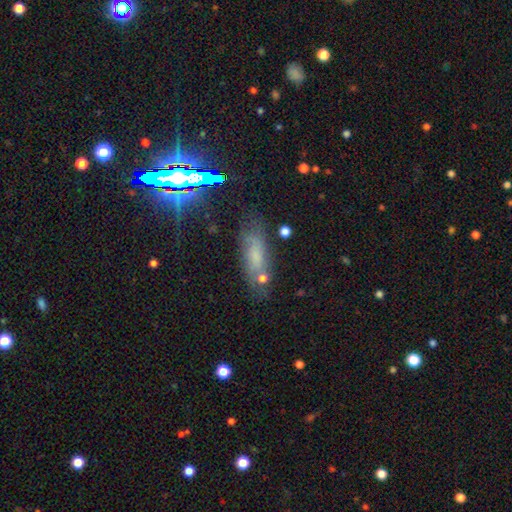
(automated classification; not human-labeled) smooth 53%, featured or disk 27%, star or artifact 20%. Down the decision tree: how rounded — in between (55%); merging — none (64%).